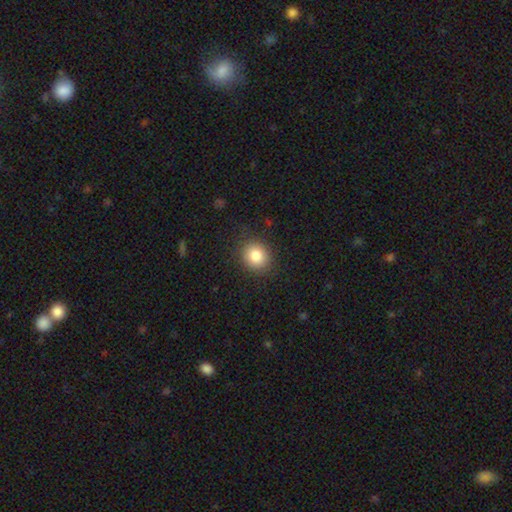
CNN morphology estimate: This is clearly a smooth galaxy (84%). How rounded: likely round (74%). Merging: clearly none (87%).